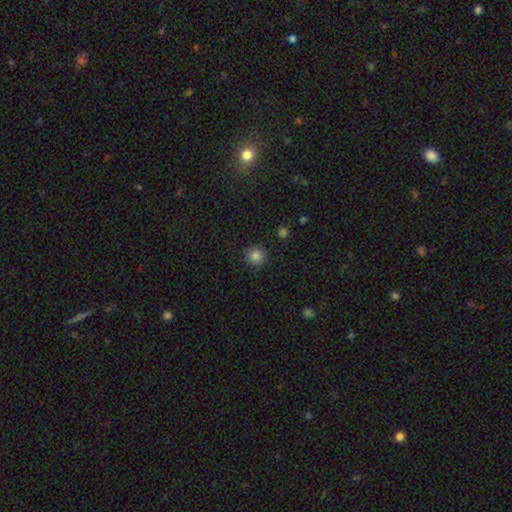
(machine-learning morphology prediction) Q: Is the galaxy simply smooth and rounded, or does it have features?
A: smooth — 83%.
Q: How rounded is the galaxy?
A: round — 94%.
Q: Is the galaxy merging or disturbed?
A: none — 91%.